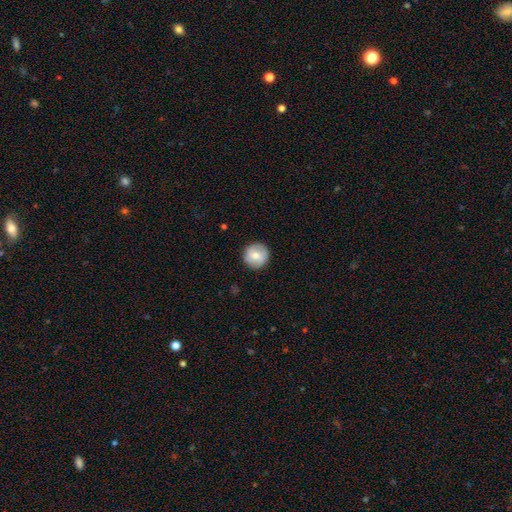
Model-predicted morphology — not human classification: Smooth or featured? smooth (71%)
How rounded? round (95%)
Merging? none (89%)